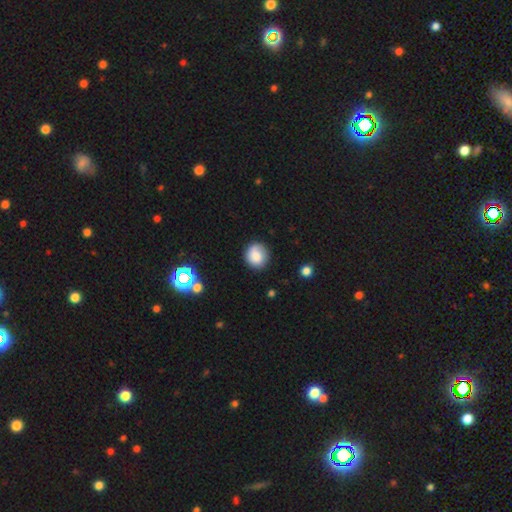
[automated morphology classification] Smooth or featured: smooth — 81% (featured or disk — 10%)
How rounded: round — 85% (in between — 14%)
Merging: none — 82% (minor disturbance — 13%)